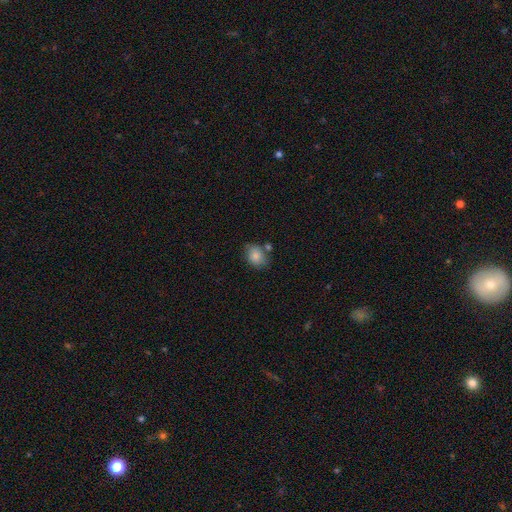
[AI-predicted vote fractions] Morphology: type=smooth (83%); roundness=in between (61%); merging=none (65%).